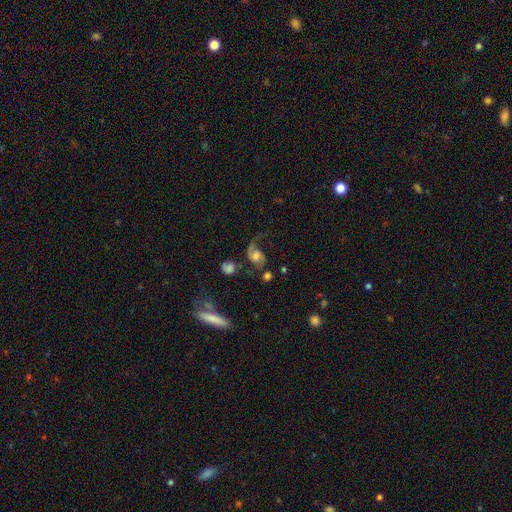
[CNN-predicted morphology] featured or disk 78%, smooth 15%, star or artifact 8%. Down the decision tree: edge-on disk — no (97%); bar — no (62%); spiral arms — yes (94%); spiral arm count — 2 (76%); spiral winding — loose (62%); bulge size — moderate (46%); merging — none (45%).